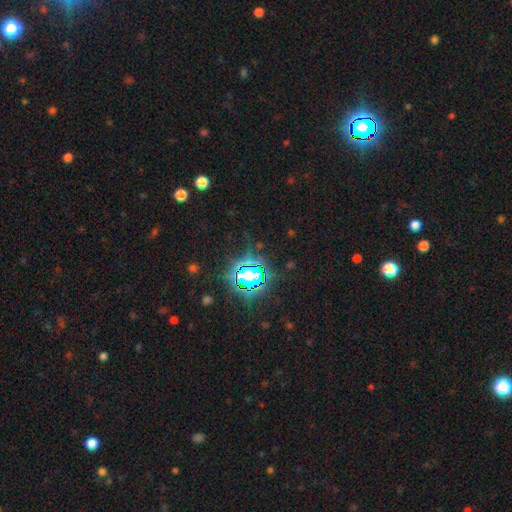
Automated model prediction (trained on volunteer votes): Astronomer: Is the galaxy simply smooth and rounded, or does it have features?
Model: star or artifact — 83%.